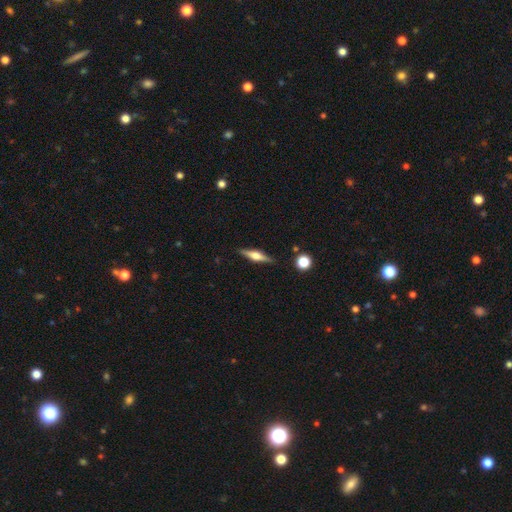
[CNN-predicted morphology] A featured or disk galaxy (66%) viewed edge-on (97%) with a rounded central bulge (88%).

Vote fractions:
- Smooth or featured? featured or disk: 66% / smooth: 27% / star or artifact: 7%
- Edge-on disk? yes: 97% / no: 3%
- Edge-on bulge? rounded: 88% / boxy: 9% / none: 3%
- Merging? none: 88% / minor disturbance: 8% / major disturbance: 2% / merger: 2%